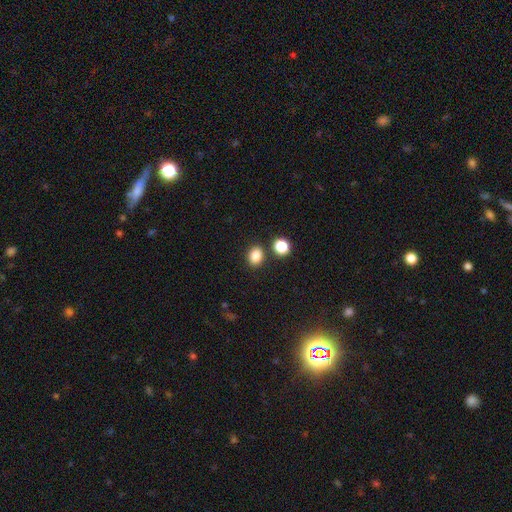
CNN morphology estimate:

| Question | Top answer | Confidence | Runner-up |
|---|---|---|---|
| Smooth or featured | smooth | 85% | star or artifact (11%) |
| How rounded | in between | 55% | round (44%) |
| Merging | none | 80% | minor disturbance (9%) |